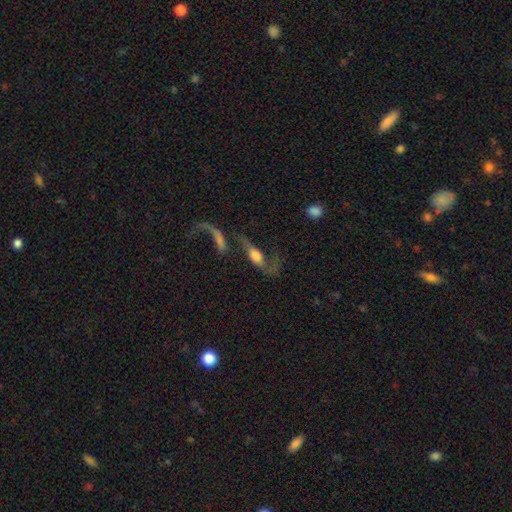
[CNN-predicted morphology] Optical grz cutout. It shows a featured or disk galaxy (55%). Merging: major disturbance (32%).